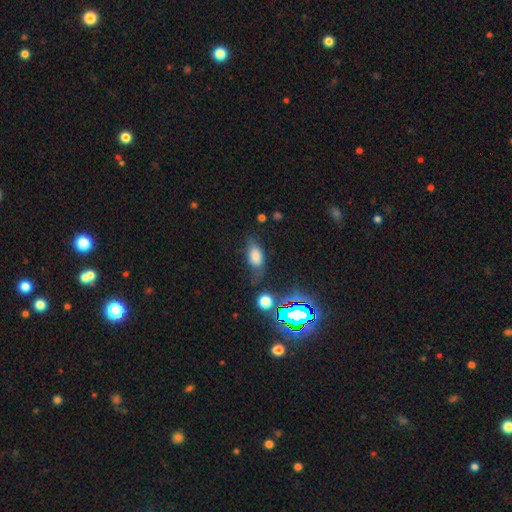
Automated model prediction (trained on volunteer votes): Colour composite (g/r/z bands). It shows a smooth galaxy with no disk features (72%) that is in between round and cigar-shaped (87%). Merging: none (53%).